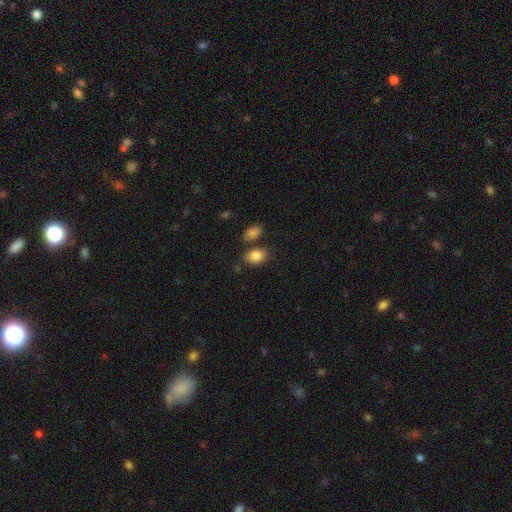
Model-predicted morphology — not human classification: A smooth galaxy with no disk features (86%) that is in between round and cigar-shaped (82%).

Vote fractions:
- Smooth or featured? smooth: 86% / star or artifact: 8% / featured or disk: 6%
- How rounded? in between: 82% / round: 17% / cigar-shaped: 1%
- Merging? none: 69% / merger: 14% / minor disturbance: 14% / major disturbance: 4%